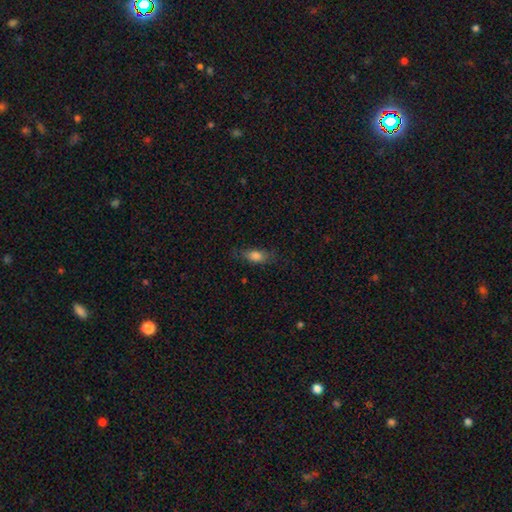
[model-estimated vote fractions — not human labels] This is likely a smooth galaxy (79%). How rounded: likely in between (79%). Merging: likely none (71%).